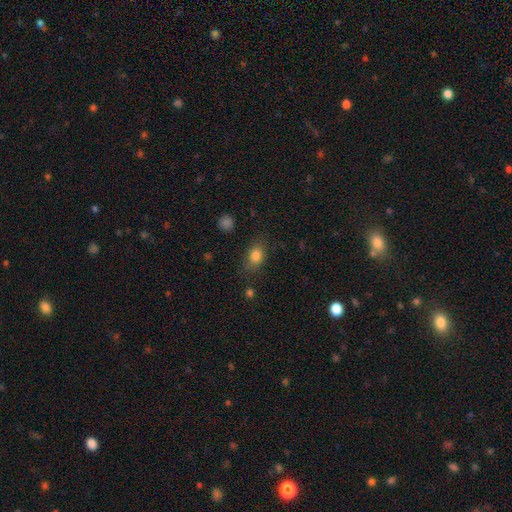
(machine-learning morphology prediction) smooth-or-featured: smooth: 82% | star or artifact: 10% | featured or disk: 8%
  how-rounded: in between: 71% | round: 27% | cigar-shaped: 2%
  merging: none: 77% | minor disturbance: 16% | major disturbance: 5% | merger: 2%